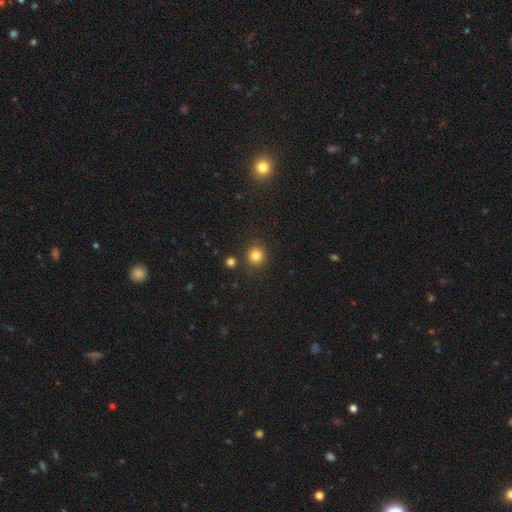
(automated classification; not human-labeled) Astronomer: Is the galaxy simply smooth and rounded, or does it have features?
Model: smooth — 82%.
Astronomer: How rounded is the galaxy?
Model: round — 90%.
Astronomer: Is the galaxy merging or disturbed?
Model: none — 86%.